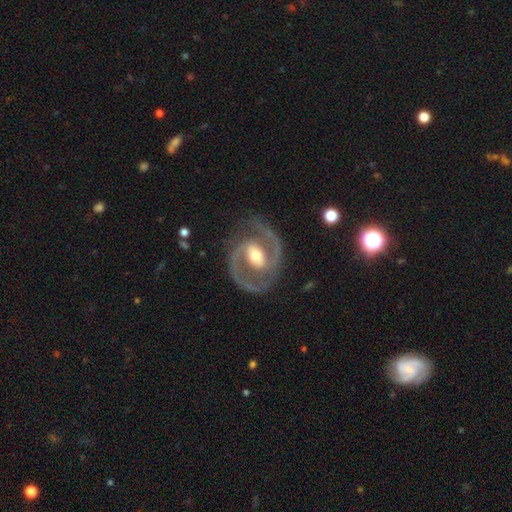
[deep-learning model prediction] Morphology: type=featured or disk (92%); edge-on=no (98%); bar=weak (44%); spiral arms=yes (97%); winding=medium (59%); arm count=2 (93%); bulge=moderate (68%); merging=none (82%).